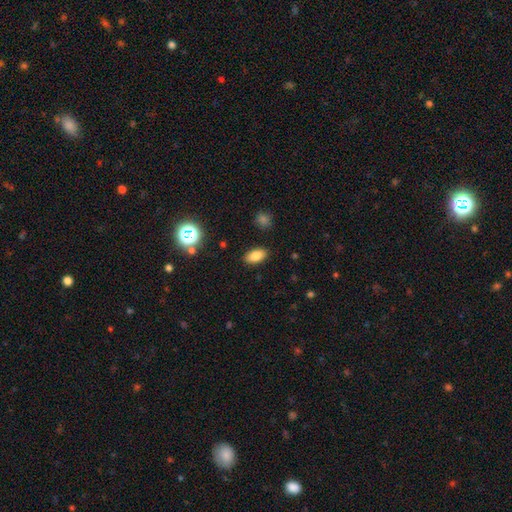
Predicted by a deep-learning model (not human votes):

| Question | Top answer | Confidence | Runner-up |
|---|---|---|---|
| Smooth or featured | smooth | 82% | star or artifact (11%) |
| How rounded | in between | 90% | round (5%) |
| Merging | none | 88% | minor disturbance (8%) |